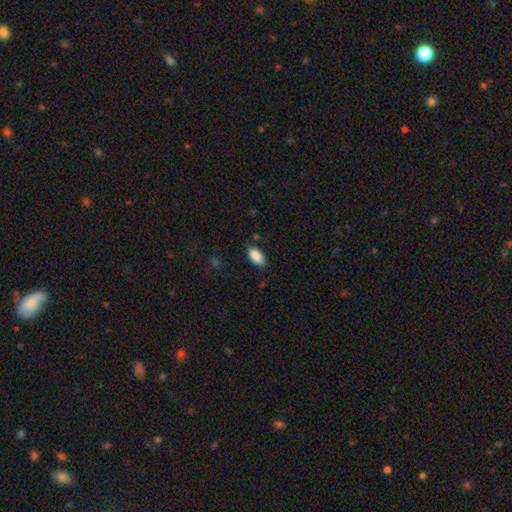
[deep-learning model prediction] A smooth galaxy with no disk features (88%) that is in between round and cigar-shaped (93%). Merging: none (79%).